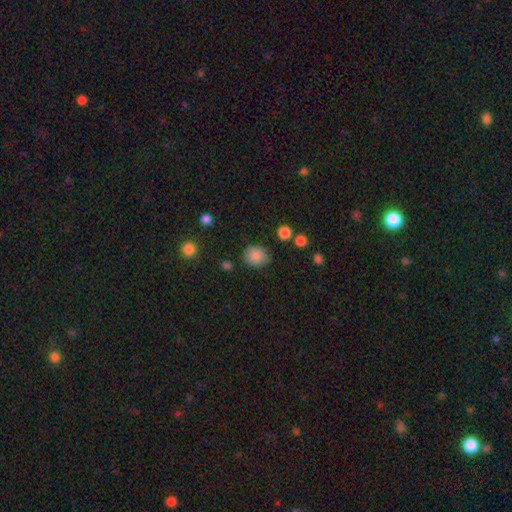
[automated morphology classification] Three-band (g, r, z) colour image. It shows a smooth galaxy with no disk features (86%) that is round (71%). Merging: none (81%).